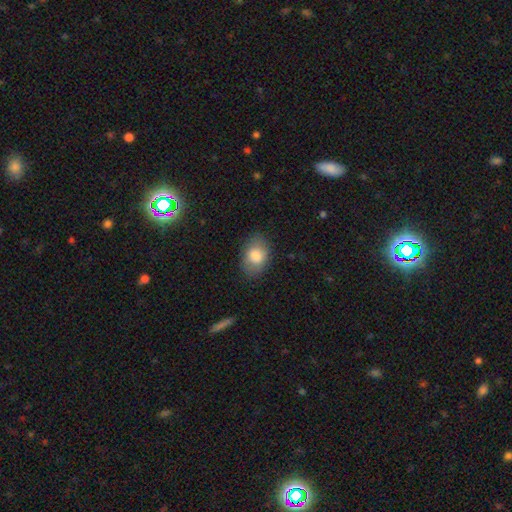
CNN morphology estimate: smooth-or-featured: smooth: 82% | featured or disk: 11% | star or artifact: 7%
  how-rounded: in between: 80% | round: 19% | cigar-shaped: 1%
  merging: none: 80% | minor disturbance: 15% | major disturbance: 4% | merger: 1%